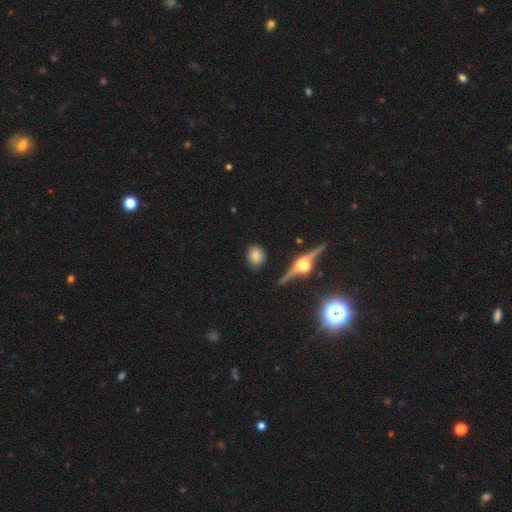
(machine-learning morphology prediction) Overall: smooth (75%). How rounded: round (67%; in between 30%). Merging: none (84%).